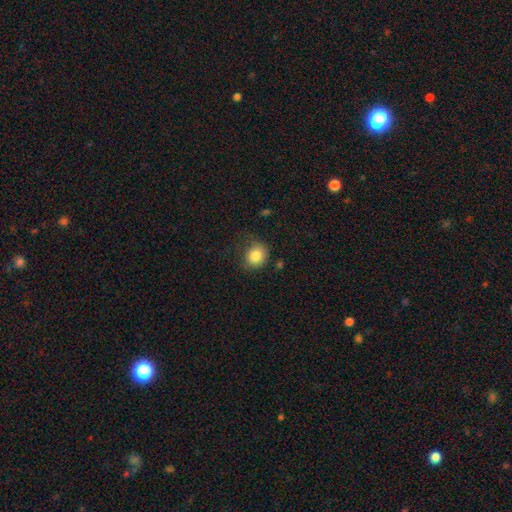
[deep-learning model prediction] This appears to be a smooth galaxy with no disk features (83%) that is round (69%). Merging: none (64%).